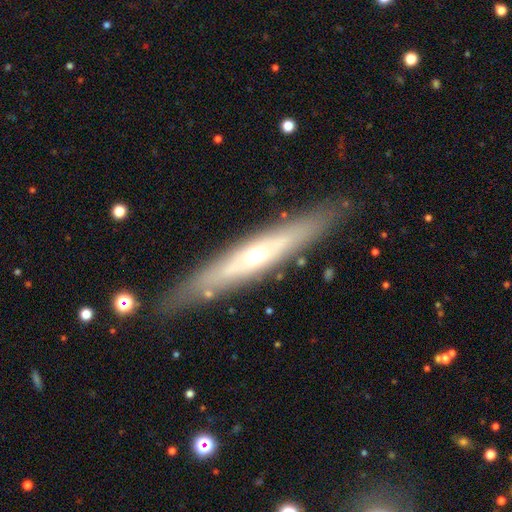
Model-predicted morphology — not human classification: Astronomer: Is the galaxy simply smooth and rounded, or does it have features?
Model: featured or disk — 66%.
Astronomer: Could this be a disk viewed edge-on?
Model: yes — 76%.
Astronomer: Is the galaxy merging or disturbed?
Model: none — 83%.